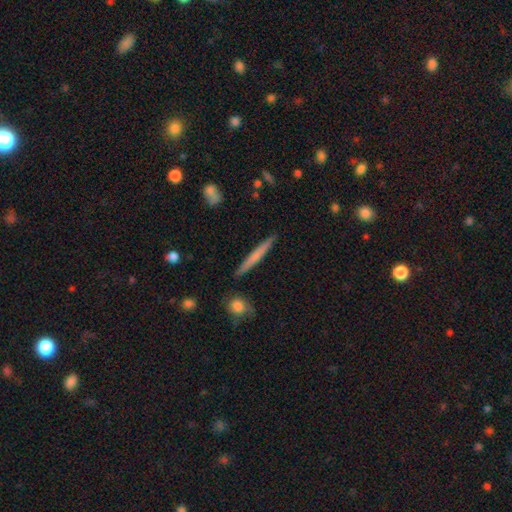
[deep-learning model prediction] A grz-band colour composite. It shows a smooth galaxy with no disk features (59%) that is cigar-shaped (96%). Merging: none (90%).